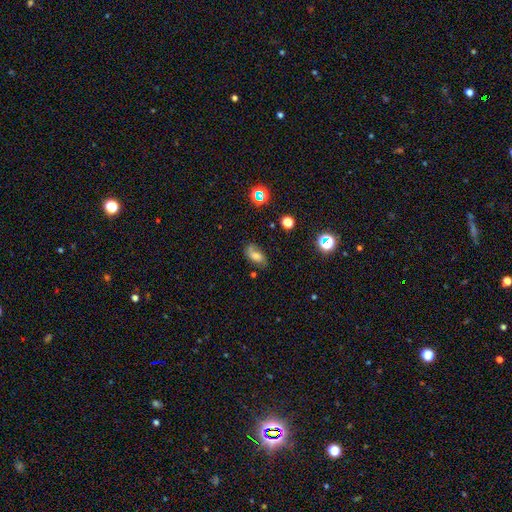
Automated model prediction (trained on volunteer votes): smooth 58%, featured or disk 26%, star or artifact 16%. Down the decision tree: how rounded — in between (87%); merging — none (64%).